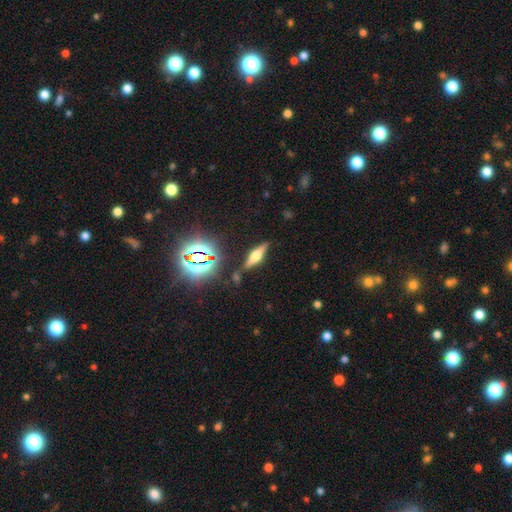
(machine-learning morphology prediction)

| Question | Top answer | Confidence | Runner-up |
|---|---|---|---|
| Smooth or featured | featured or disk | 58% | smooth (26%) |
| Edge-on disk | yes | 94% | no (6%) |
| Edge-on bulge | rounded | 91% | boxy (7%) |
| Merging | none | 83% | minor disturbance (10%) |